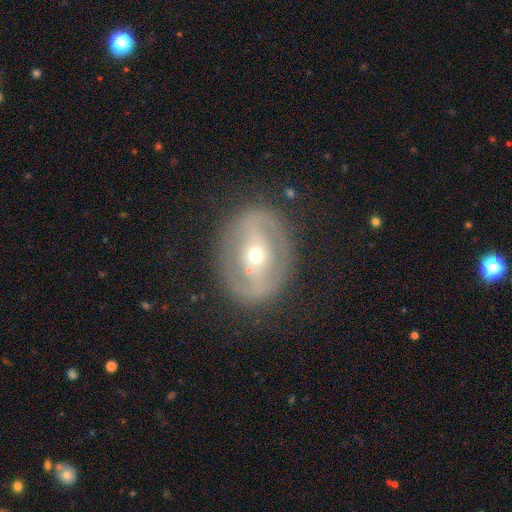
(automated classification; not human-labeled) Morphology: type=featured or disk (73%); edge-on=no (94%); bar=strong (38%); spiral arms=no (56%); bulge=small (52%); merging=none (81%).